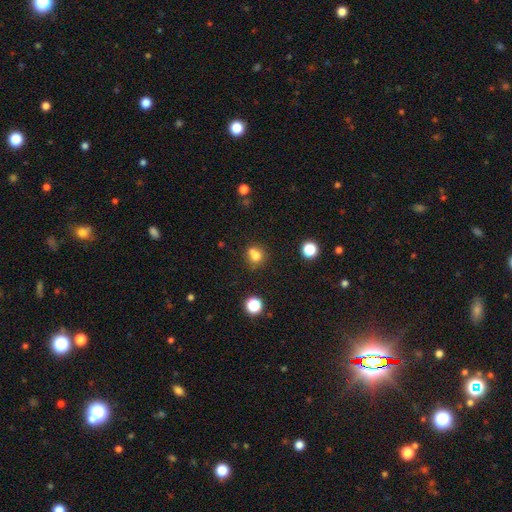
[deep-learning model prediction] Morphology: type=smooth (72%); roundness=round (80%); merging=none (49%).